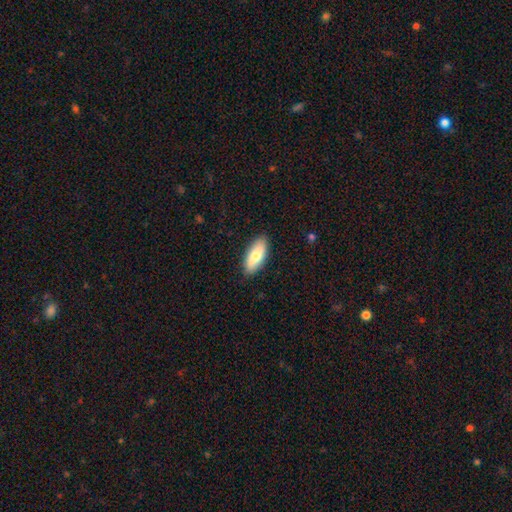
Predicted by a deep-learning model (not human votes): smooth-or-featured: smooth: 78% | featured or disk: 17% | star or artifact: 6%
  how-rounded: in between: 80% | cigar-shaped: 18% | round: 2%
  merging: none: 87% | minor disturbance: 10% | major disturbance: 2% | merger: 1%